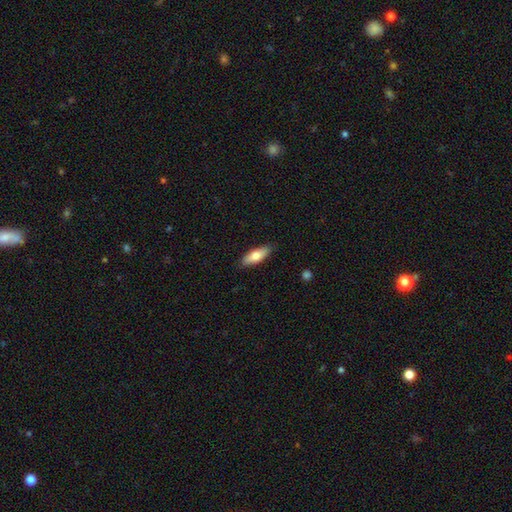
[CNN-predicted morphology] smooth-or-featured: smooth: 72% | featured or disk: 22% | star or artifact: 6%
  how-rounded: in between: 66% | cigar-shaped: 31% | round: 2%
  merging: none: 87% | minor disturbance: 10% | major disturbance: 2% | merger: 1%